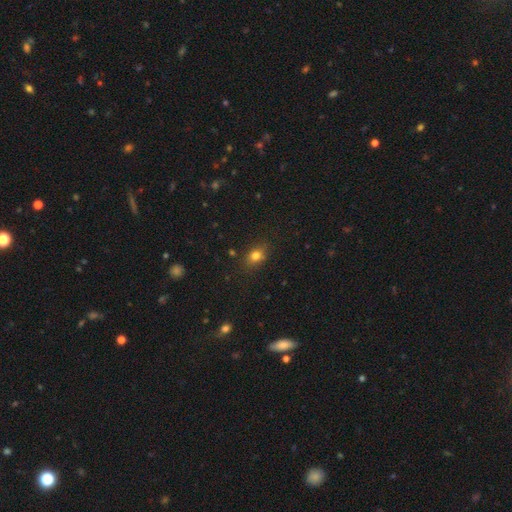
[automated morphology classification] A smooth galaxy with no disk features (79%) that is in between round and cigar-shaped (56%). Merging: none (83%).